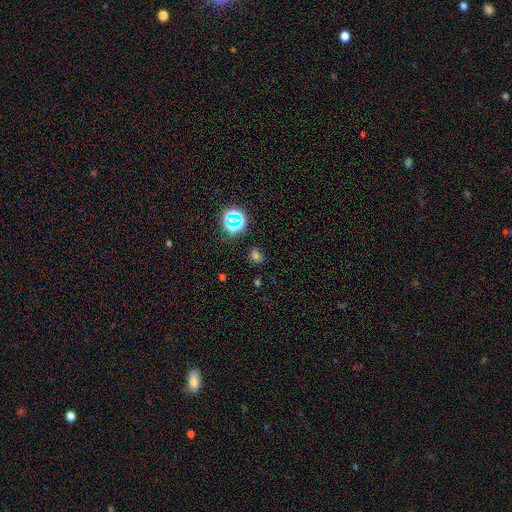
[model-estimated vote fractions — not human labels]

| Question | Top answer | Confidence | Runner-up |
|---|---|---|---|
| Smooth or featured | smooth | 60% | star or artifact (33%) |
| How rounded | round | 52% | in between (46%) |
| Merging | none | 79% | minor disturbance (14%) |